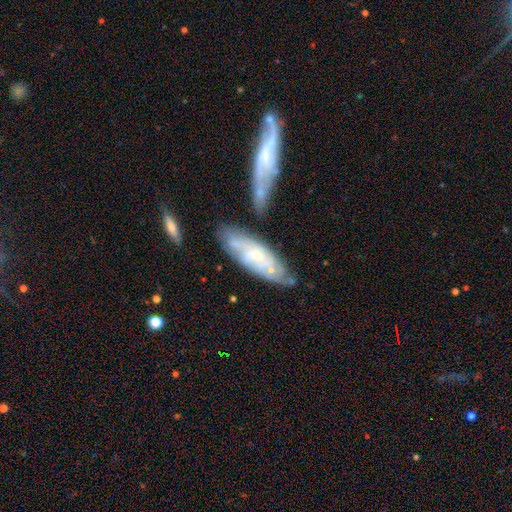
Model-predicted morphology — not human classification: A featured or disk galaxy (61%).

Vote fractions:
- Smooth or featured? featured or disk: 61% / smooth: 33% / star or artifact: 7%
- Edge-on disk? no: 81% / yes: 19%
- Merging? none: 59% / minor disturbance: 20% / merger: 14% / major disturbance: 7%